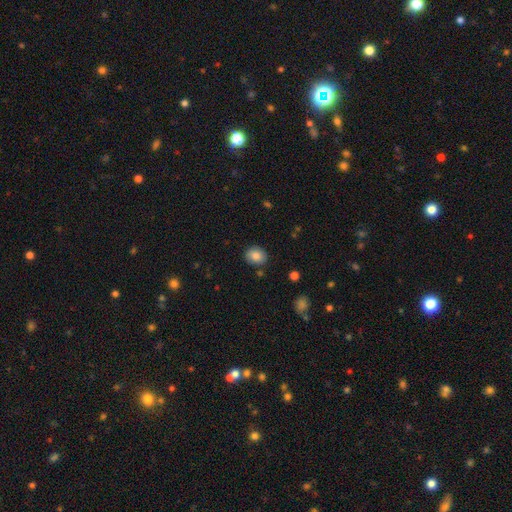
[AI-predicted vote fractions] This appears to be a smooth galaxy with no disk features (84%) that is round (57%). Merging: none (85%).